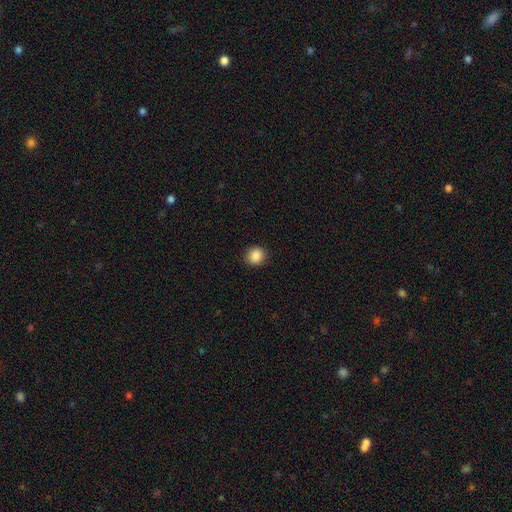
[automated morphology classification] Smooth or featured? smooth (87%)
How rounded? round (81%)
Merging? none (91%)